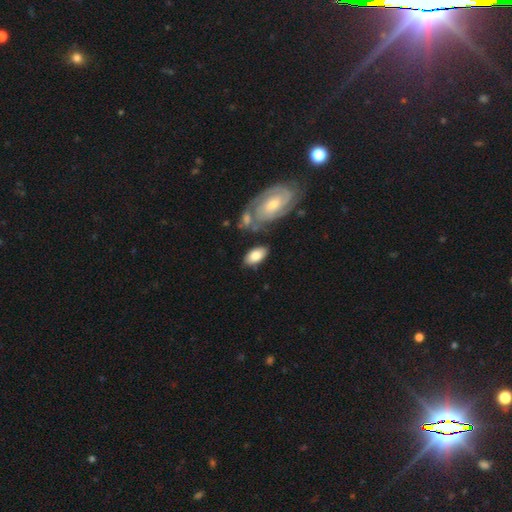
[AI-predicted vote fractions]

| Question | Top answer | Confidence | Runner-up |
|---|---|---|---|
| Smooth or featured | smooth | 72% | featured or disk (22%) |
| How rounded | in between | 92% | round (5%) |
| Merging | none | 68% | minor disturbance (15%) |